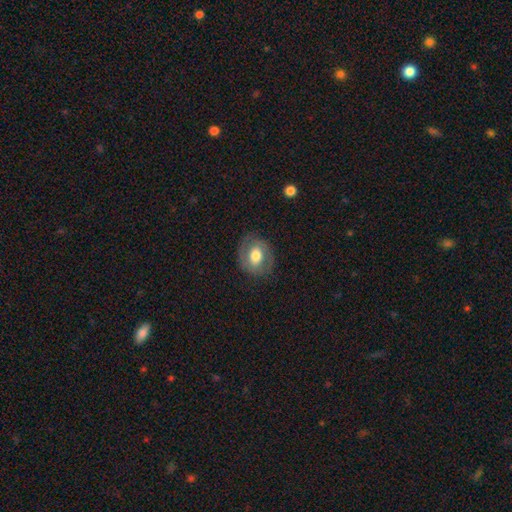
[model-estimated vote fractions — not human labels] Smooth or featured: smooth — 52% (featured or disk — 41%)
How rounded: round — 56% (in between — 43%)
Merging: none — 79% (minor disturbance — 14%)